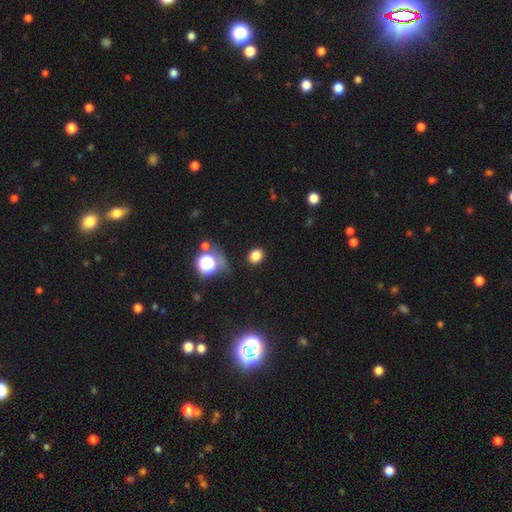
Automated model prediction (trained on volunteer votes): This appears to be a smooth galaxy with no disk features (80%) that is in between round and cigar-shaped (51%). Merging: none (85%).